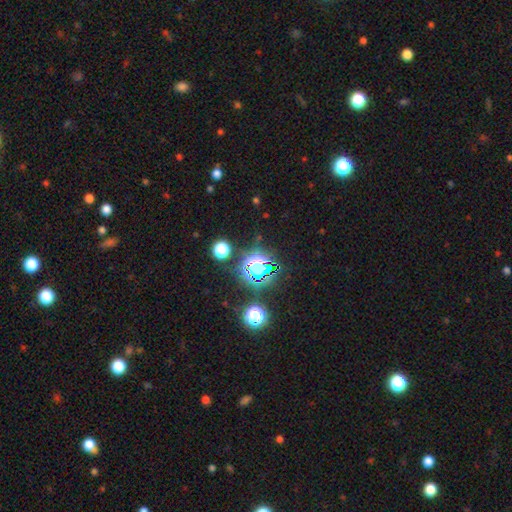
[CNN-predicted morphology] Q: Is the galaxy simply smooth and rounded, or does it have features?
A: star or artifact — 78%.